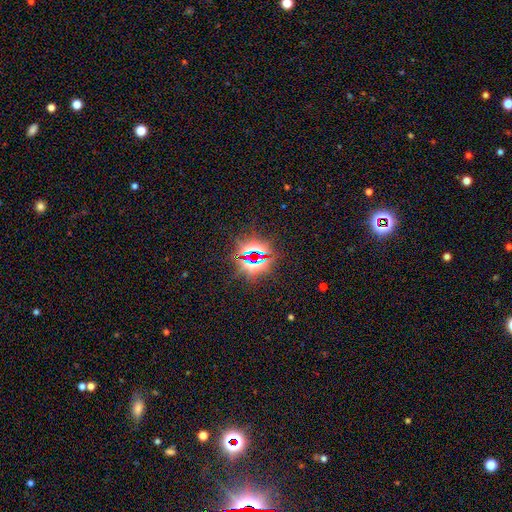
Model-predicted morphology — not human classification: Q: Smooth or featured?
A: star or artifact (79%); runner-up: smooth (12%)